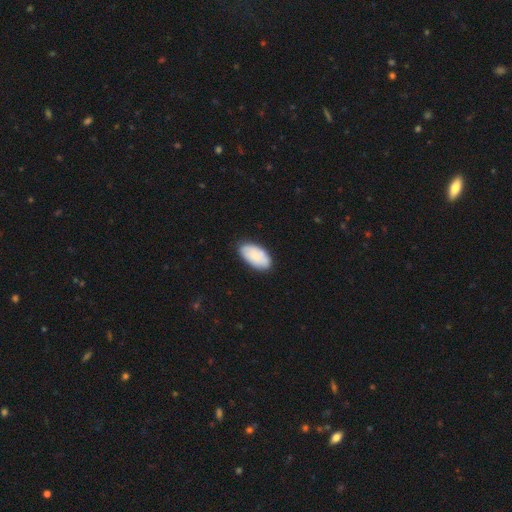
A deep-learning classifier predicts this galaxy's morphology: Smooth or featured? smooth (79%)
How rounded? in between (95%)
Merging? none (80%)